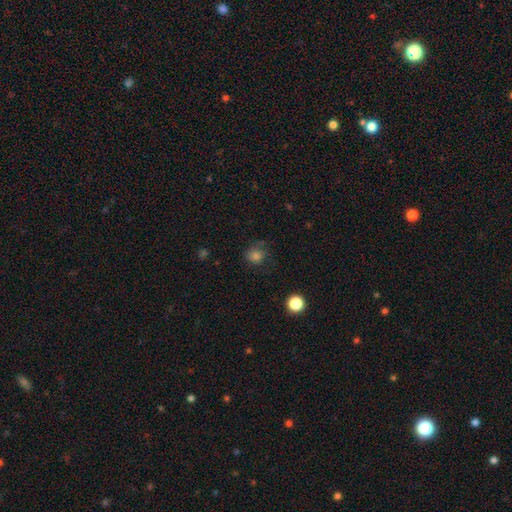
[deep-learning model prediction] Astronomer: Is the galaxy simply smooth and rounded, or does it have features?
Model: smooth — 79%.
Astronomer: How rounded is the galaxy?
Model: round — 83%.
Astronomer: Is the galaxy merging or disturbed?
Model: none — 67%.